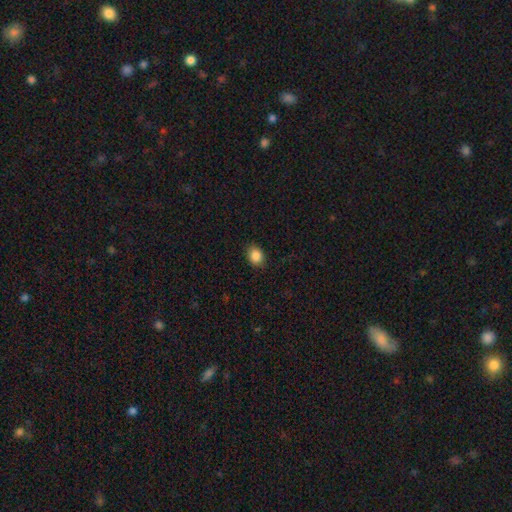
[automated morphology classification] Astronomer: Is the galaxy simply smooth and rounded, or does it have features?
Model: smooth — 87%.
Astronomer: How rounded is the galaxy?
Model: in between — 53% (runner-up: round, 46%).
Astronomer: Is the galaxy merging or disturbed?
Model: none — 87%.